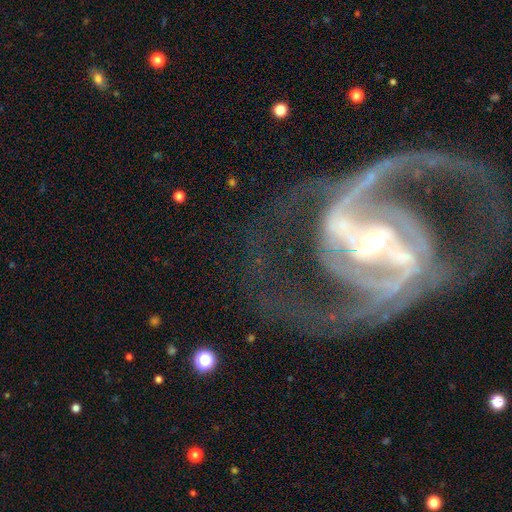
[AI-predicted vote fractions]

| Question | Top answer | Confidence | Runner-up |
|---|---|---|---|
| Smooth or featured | featured or disk | 93% | star or artifact (5%) |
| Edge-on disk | no | 98% | yes (2%) |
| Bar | strong | 64% | weak (26%) |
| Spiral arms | yes | 98% | no (2%) |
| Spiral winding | medium | 58% | tight (22%) |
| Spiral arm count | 2 | 85% | 3 (4%) |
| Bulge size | small | 59% | moderate (33%) |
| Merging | none | 64% | major disturbance (19%) |